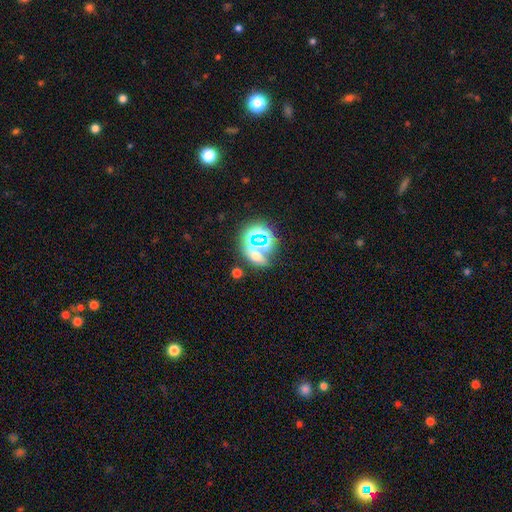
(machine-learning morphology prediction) smooth_or_featured: star or artifact (p=0.50) [alt: smooth p=0.38]